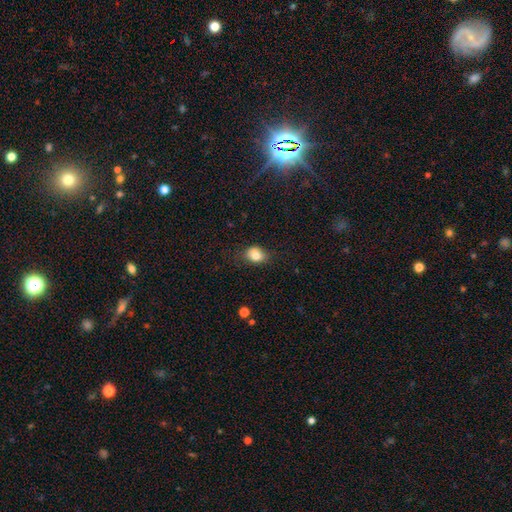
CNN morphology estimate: This is clearly a smooth galaxy (81%). How rounded: possibly in between (59%). Merging: likely none (73%).